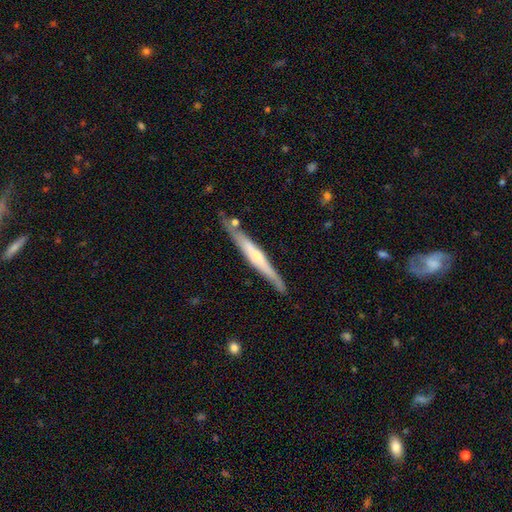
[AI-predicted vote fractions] Smooth or featured? featured or disk (64%)
Edge-on disk? yes (96%)
Edge-on bulge? rounded (56%)
Merging? none (80%)